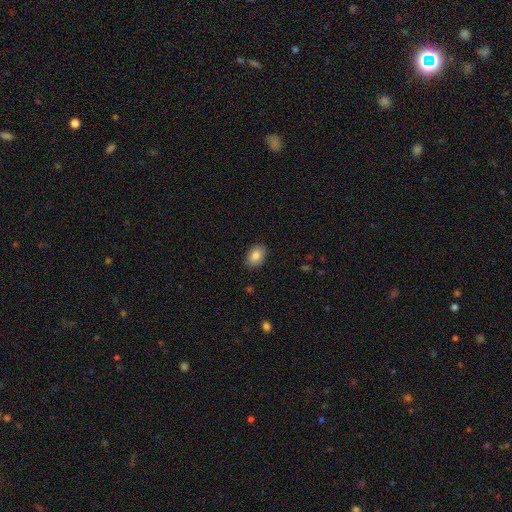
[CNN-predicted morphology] The model was most divided on "how rounded": in between: 75%, round: 24%, cigar-shaped: 1%. More confident: merging — none (88%); smooth or featured — smooth (83%).